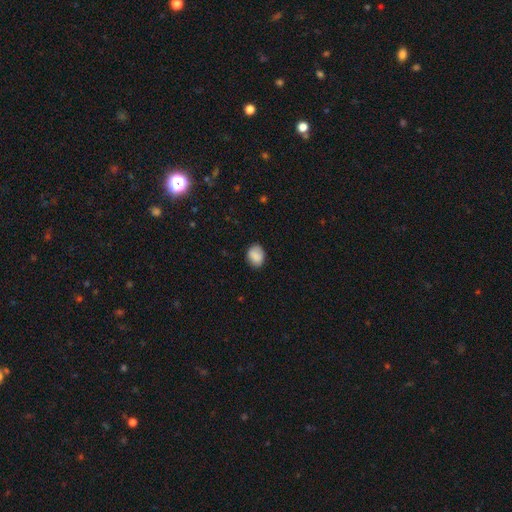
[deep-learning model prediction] Smooth or featured: smooth — 87% (star or artifact — 7%)
How rounded: in between — 66% (round — 33%)
Merging: none — 81% (minor disturbance — 15%)